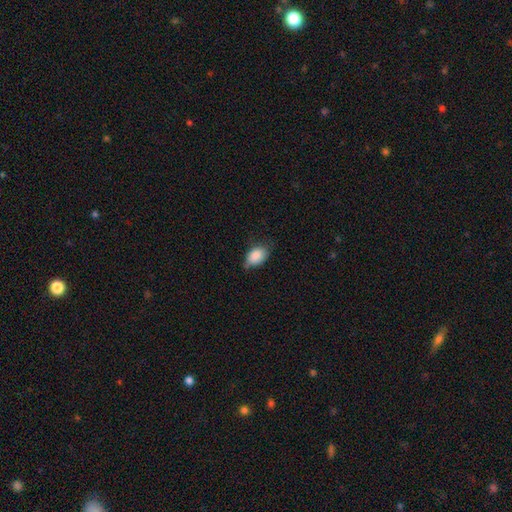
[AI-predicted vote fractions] The model was most divided on "merging": none: 55%, minor disturbance: 37%, major disturbance: 7%, merger: 2%. More confident: how rounded — in between (86%); smooth or featured — smooth (86%).